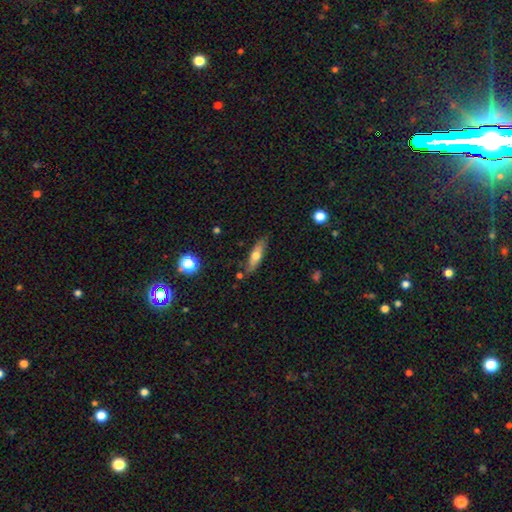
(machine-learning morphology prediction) This is possibly a smooth galaxy (56%). How rounded: possibly cigar-shaped (52%). Merging: likely none (76%).